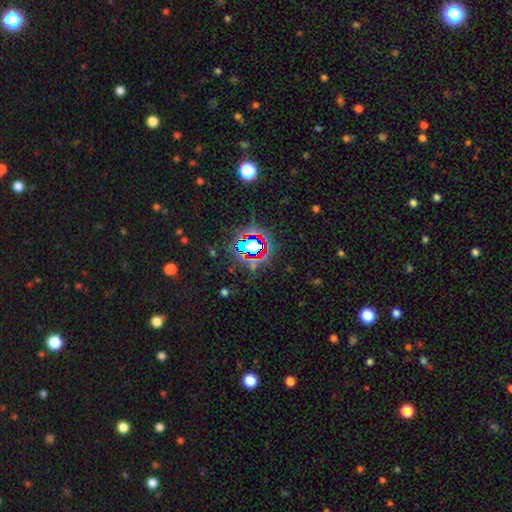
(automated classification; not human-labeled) smooth_or_featured: star or artifact (p=0.78) [alt: smooth p=0.13]